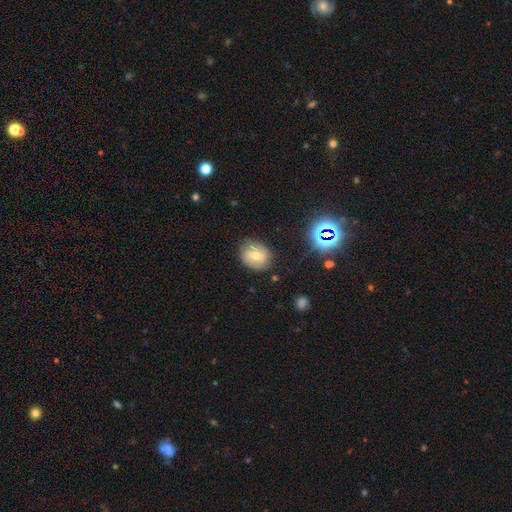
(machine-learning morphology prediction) The model was most divided on "how rounded": round: 57%, in between: 42%, cigar-shaped: 1%. More confident: merging — none (74%); smooth or featured — smooth (52%).